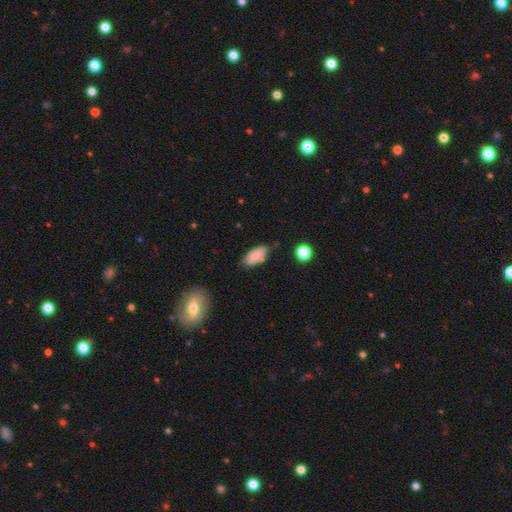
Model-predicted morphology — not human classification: smooth-or-featured: smooth: 78% | featured or disk: 14% | star or artifact: 8%
  how-rounded: in between: 80% | cigar-shaped: 18% | round: 3%
  merging: none: 60% | minor disturbance: 27% | merger: 8% | major disturbance: 6%